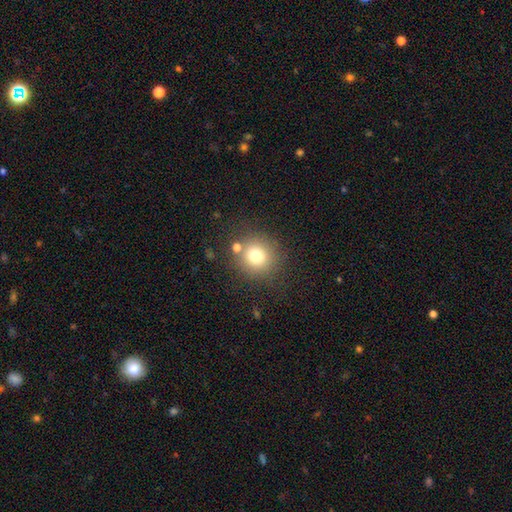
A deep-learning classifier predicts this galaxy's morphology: Q: Smooth or featured?
A: smooth (76%); runner-up: star or artifact (14%)
Q: How rounded?
A: round (91%); runner-up: in between (8%)
Q: Merging?
A: none (78%); runner-up: minor disturbance (10%)